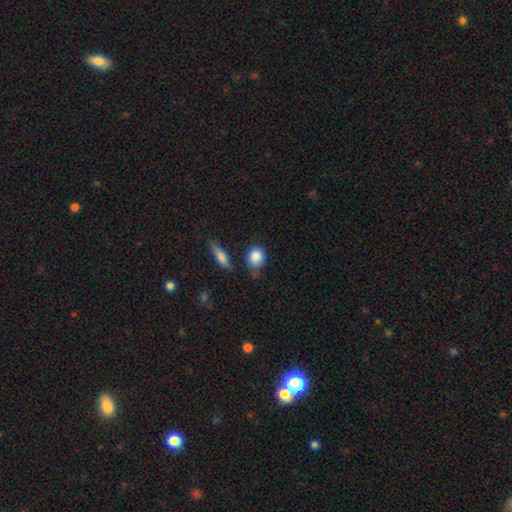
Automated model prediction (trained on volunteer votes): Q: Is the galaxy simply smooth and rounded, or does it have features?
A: smooth — 86%.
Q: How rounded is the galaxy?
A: round — 63%.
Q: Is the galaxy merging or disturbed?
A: none — 65%.